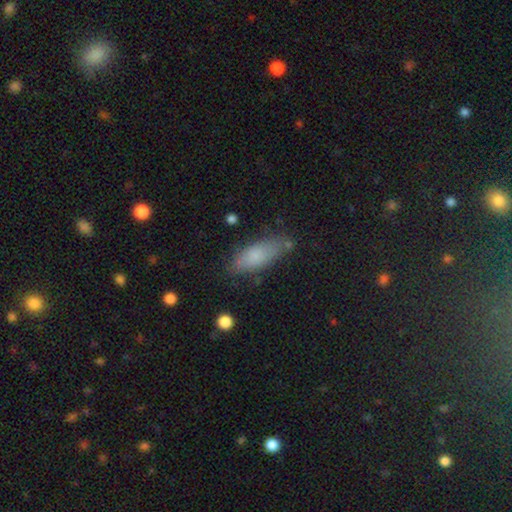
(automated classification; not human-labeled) Smooth or featured: smooth — 80% (featured or disk — 13%)
How rounded: in between — 70% (cigar-shaped — 27%)
Merging: none — 73% (minor disturbance — 18%)